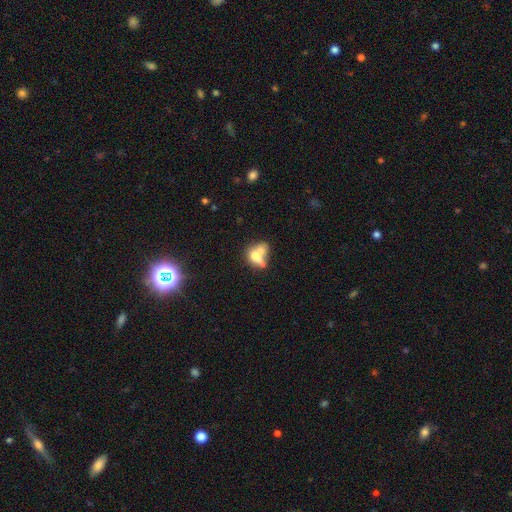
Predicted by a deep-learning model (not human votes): smooth 60%, featured or disk 28%, star or artifact 11%. Down the decision tree: how rounded — in between (62%); merging — merger (55%).